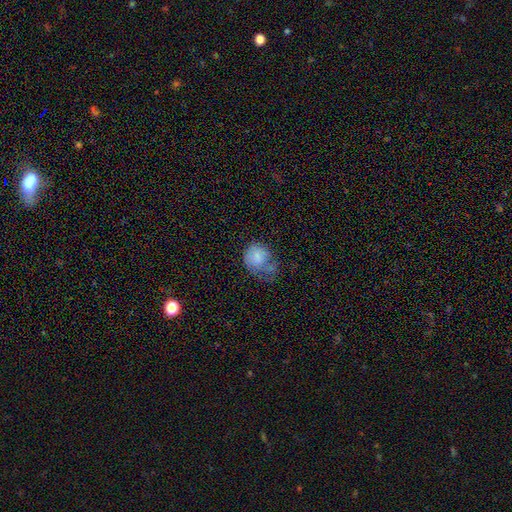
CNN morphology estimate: smooth 69%, featured or disk 21%, star or artifact 10%. Down the decision tree: how rounded — round (56%); merging — major disturbance (38%).